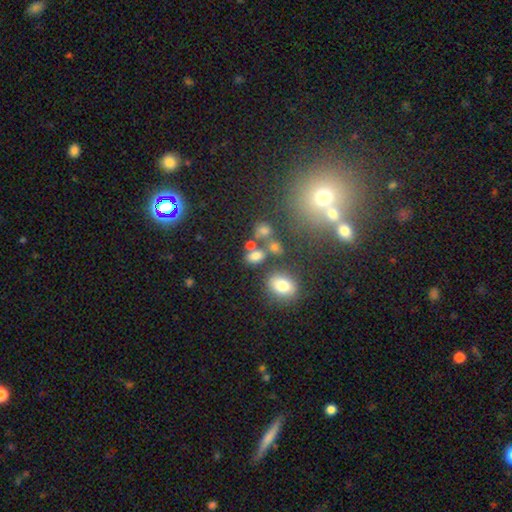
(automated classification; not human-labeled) A smooth galaxy with no disk features (71%) that is in between round and cigar-shaped (73%).

Vote fractions:
- Smooth or featured? smooth: 71% / star or artifact: 17% / featured or disk: 12%
- How rounded? in between: 73% / round: 24% / cigar-shaped: 3%
- Merging? none: 53% / merger: 26% / minor disturbance: 13% / major disturbance: 7%